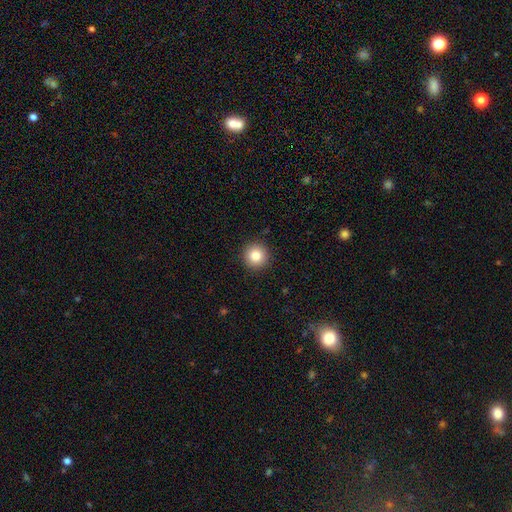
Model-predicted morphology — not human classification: type=smooth (83%); roundness=round (95%); merging=none (92%).